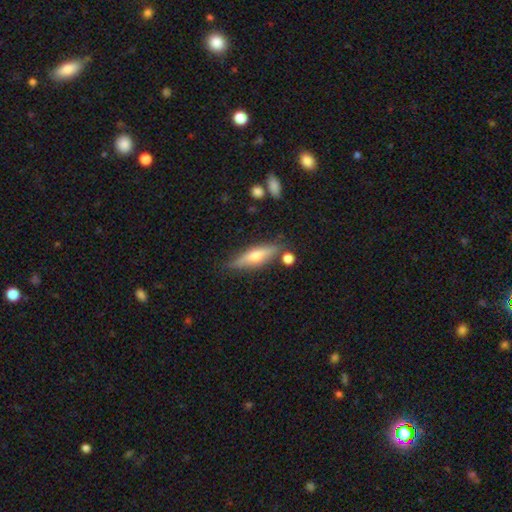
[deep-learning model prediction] Morphology: type=featured or disk (52%); edge-on=yes (90%); merging=none (80%).